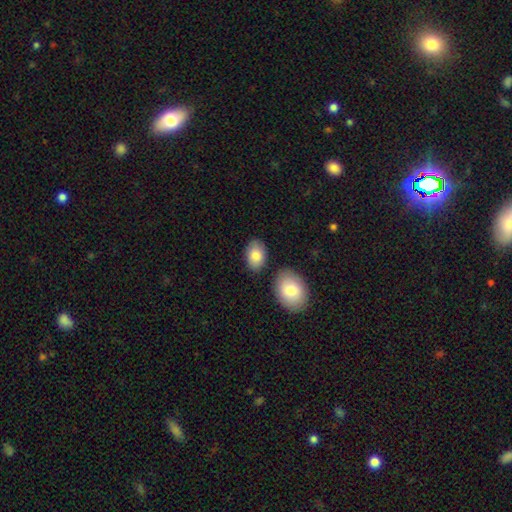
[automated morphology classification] A smooth galaxy with no disk features (84%) that is in between round and cigar-shaped (88%).

Vote fractions:
- Smooth or featured? smooth: 84% / featured or disk: 10% / star or artifact: 6%
- How rounded? in between: 88% / round: 10% / cigar-shaped: 1%
- Merging? none: 76% / minor disturbance: 13% / merger: 9% / major disturbance: 3%